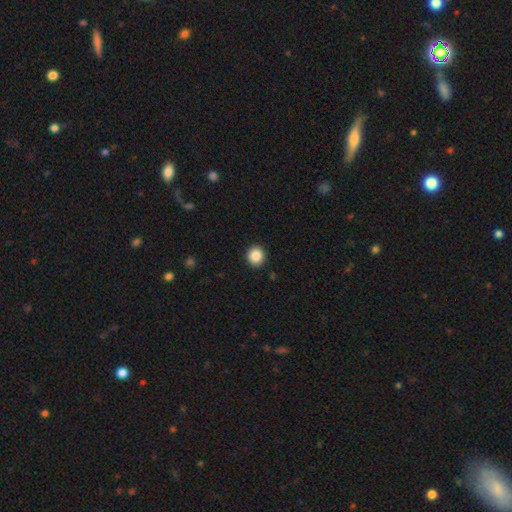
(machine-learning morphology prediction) This appears to be a smooth galaxy with no disk features (87%) that is round (90%). Merging: none (92%).